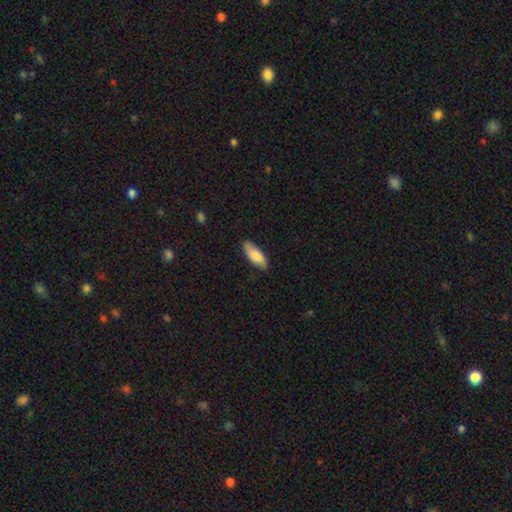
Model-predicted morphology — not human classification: Overall: smooth (82%). How rounded: in between (74%). Merging: none (81%).